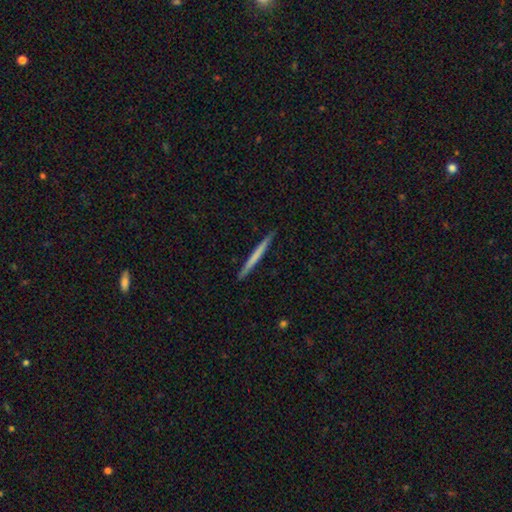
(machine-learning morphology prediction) The model was most divided on "smooth or featured": smooth: 56%, featured or disk: 39%, star or artifact: 5%. More confident: how rounded — cigar-shaped (97%); merging — none (92%).